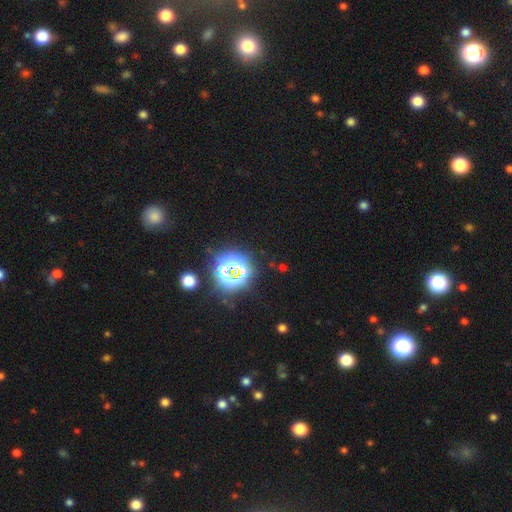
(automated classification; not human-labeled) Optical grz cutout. It shows a star or artifact, not a galaxy (81%).